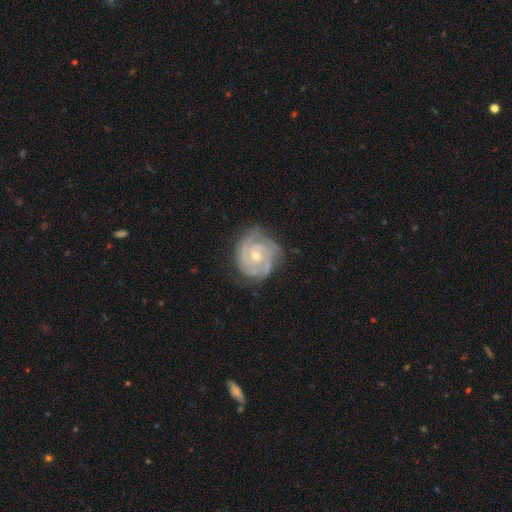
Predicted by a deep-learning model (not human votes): Smooth or featured: featured or disk — 87% (smooth — 8%)
Edge-on disk: no — 98% (yes — 2%)
Bar: no — 75% (weak — 21%)
Spiral arms: yes — 97% (no — 3%)
Spiral winding: tight — 75% (medium — 21%)
Spiral arm count: 3 — 36% (2 — 29%)
Bulge size: small — 56% (moderate — 41%)
Merging: none — 73% (minor disturbance — 19%)